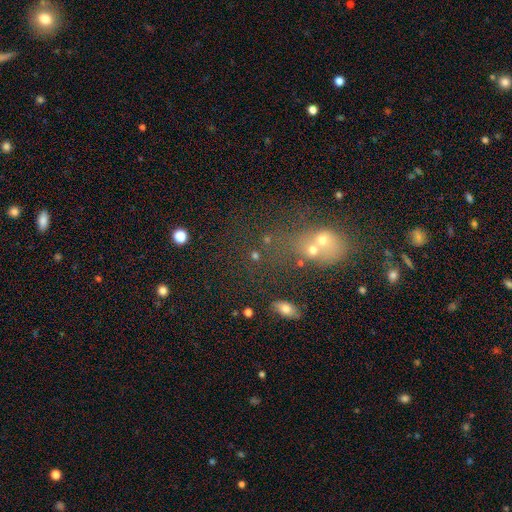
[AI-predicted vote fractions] Smooth or featured?
  - smooth: 55% *
  - star or artifact: 27%
  - featured or disk: 19%
How rounded?
  - round: 47% *
  - in between: 46%
  - cigar-shaped: 7%
Merging?
  - merger: 41% *
  - none: 36%
  - major disturbance: 12%
  - minor disturbance: 11%